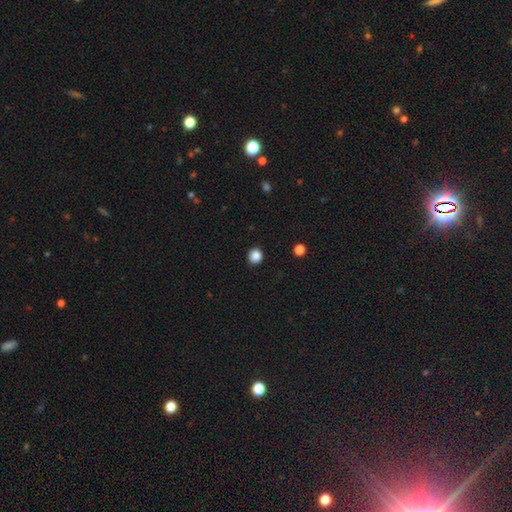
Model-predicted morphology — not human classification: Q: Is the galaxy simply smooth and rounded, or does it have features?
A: smooth — 86%.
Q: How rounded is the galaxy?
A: round — 91%.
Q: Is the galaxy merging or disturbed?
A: none — 91%.